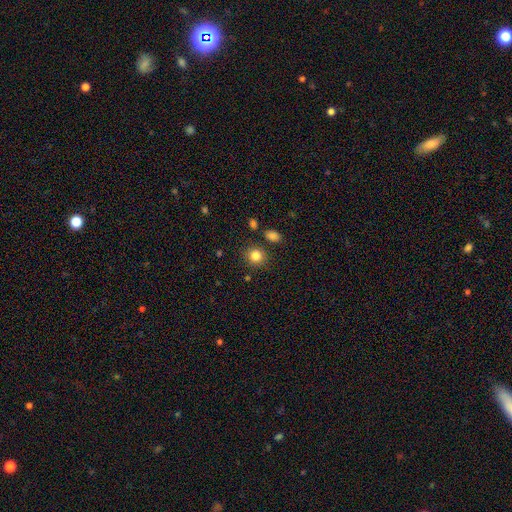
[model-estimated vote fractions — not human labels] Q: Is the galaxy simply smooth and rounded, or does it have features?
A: smooth — 84%.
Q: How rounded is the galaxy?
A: round — 83%.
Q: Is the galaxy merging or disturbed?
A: none — 82%.